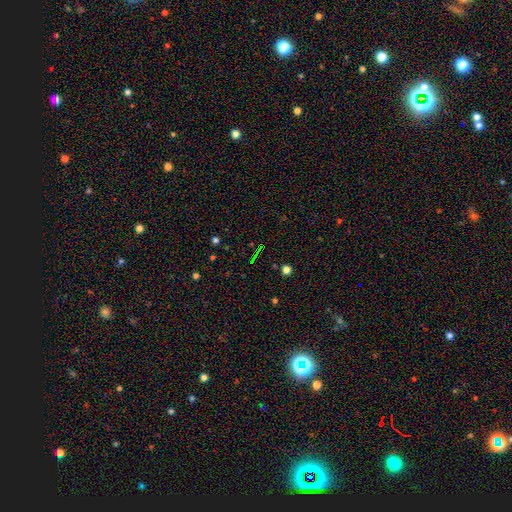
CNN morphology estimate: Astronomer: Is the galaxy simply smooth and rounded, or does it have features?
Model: star or artifact — 66%.